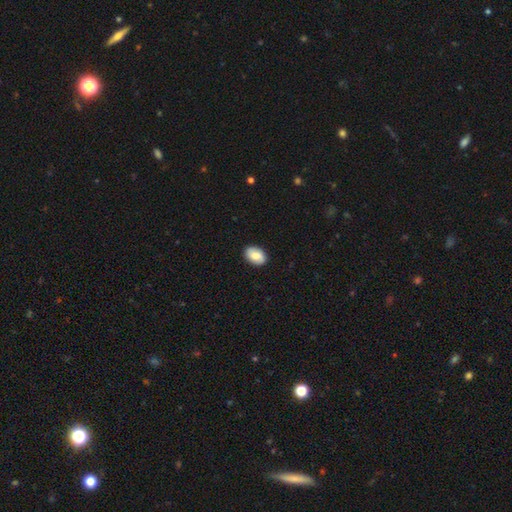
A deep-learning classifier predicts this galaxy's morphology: This is likely a smooth galaxy (76%). How rounded: clearly in between (86%). Merging: clearly none (88%).